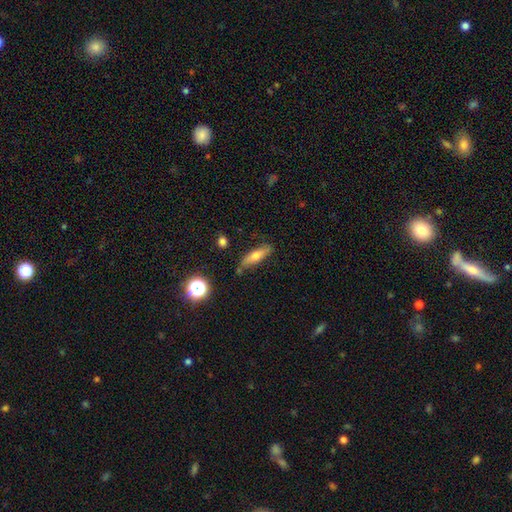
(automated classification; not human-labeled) This appears to be a smooth galaxy with no disk features (55%) that is cigar-shaped (64%). Merging: none (77%).